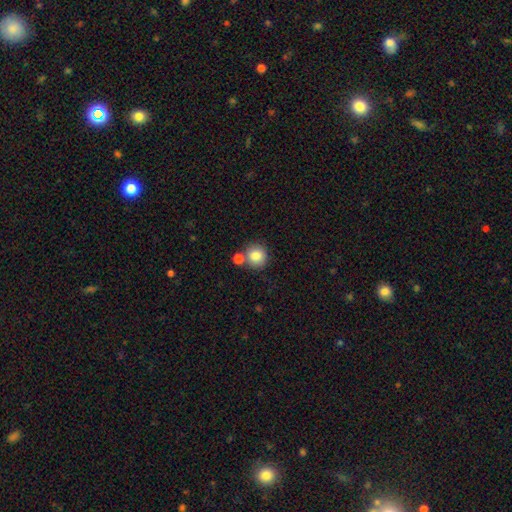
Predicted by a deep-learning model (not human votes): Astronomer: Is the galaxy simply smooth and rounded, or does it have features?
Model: smooth — 83%.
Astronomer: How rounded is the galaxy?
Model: round — 91%.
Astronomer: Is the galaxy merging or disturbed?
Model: none — 66%.